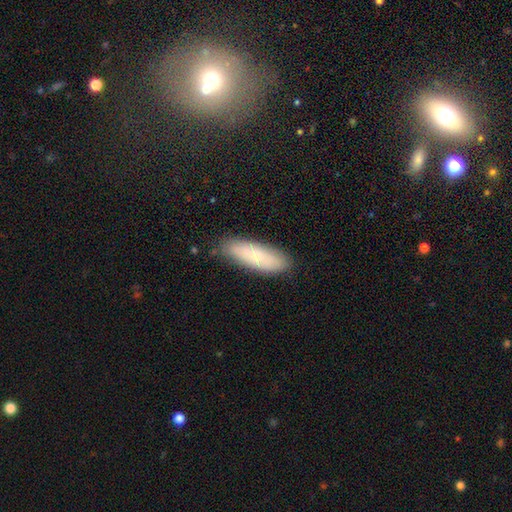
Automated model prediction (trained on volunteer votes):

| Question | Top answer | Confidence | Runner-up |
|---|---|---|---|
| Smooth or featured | smooth | 62% | featured or disk (31%) |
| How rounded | in between | 60% | cigar-shaped (38%) |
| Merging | none | 79% | minor disturbance (16%) |